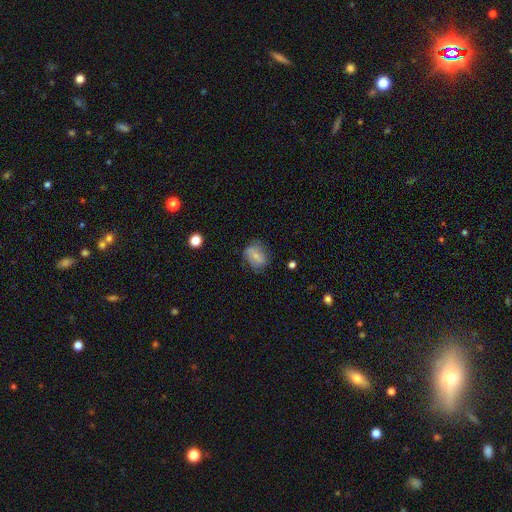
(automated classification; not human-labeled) Morphology: type=smooth (56%); roundness=in between (65%); merging=none (62%).